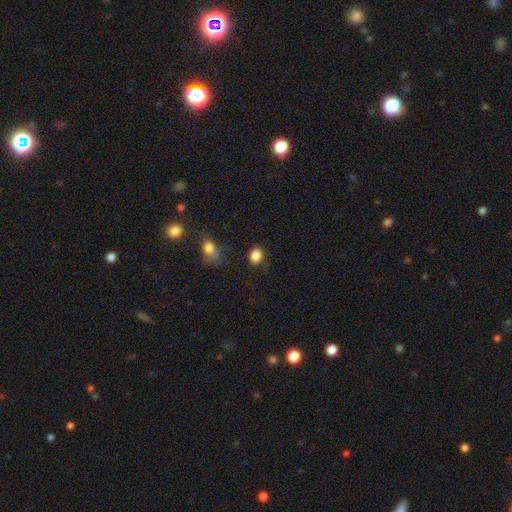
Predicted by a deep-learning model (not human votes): A smooth galaxy with no disk features (86%) that is in between round and cigar-shaped (50%). Merging: none (79%).